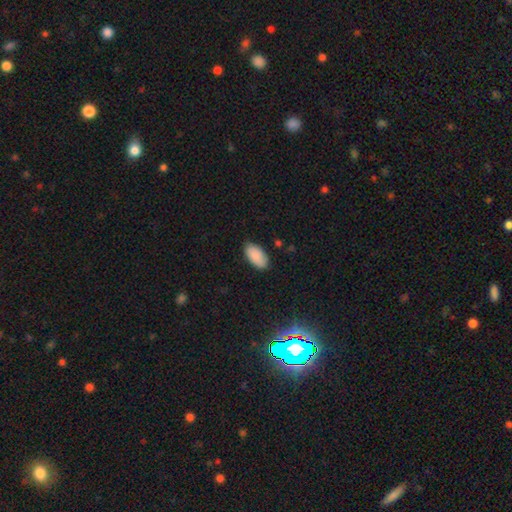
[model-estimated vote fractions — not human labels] A smooth galaxy with no disk features (89%) that is in between round and cigar-shaped (95%). Merging: none (83%).